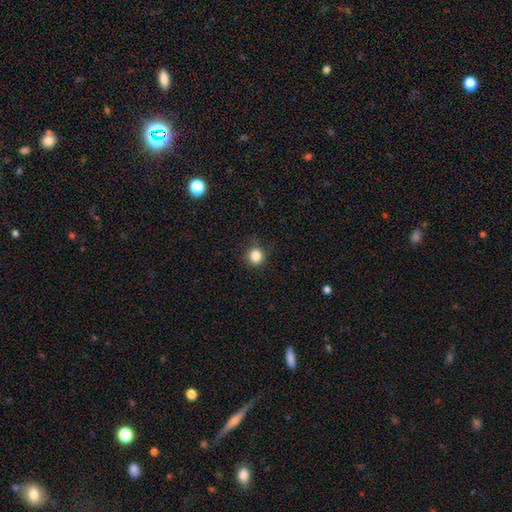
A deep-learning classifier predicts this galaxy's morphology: Q: Smooth or featured?
A: smooth (85%); runner-up: star or artifact (11%)
Q: How rounded?
A: round (92%); runner-up: in between (7%)
Q: Merging?
A: none (84%); runner-up: minor disturbance (12%)